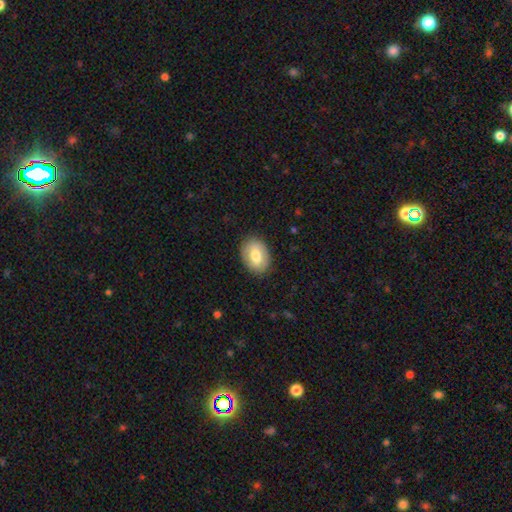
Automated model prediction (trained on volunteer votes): smooth-or-featured: smooth: 66% | featured or disk: 27% | star or artifact: 7%
  how-rounded: in between: 79% | round: 20% | cigar-shaped: 1%
  merging: none: 85% | minor disturbance: 11% | major disturbance: 3% | merger: 1%